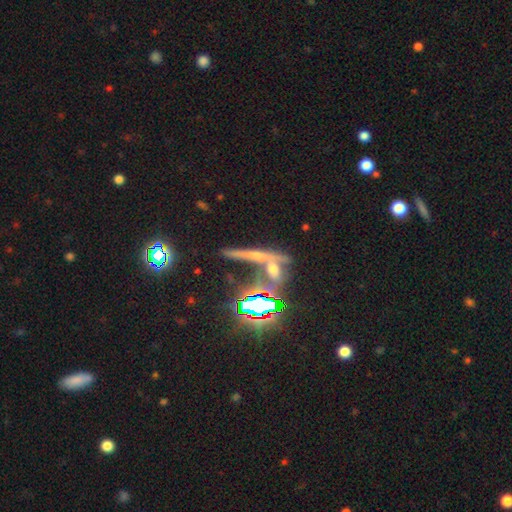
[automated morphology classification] A star or artifact, not a galaxy (39%).